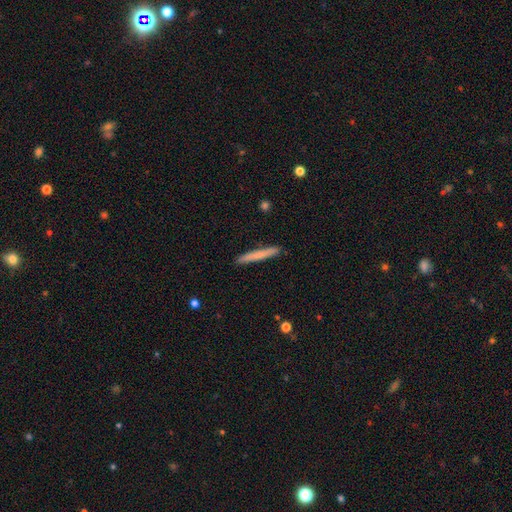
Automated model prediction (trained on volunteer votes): Smooth or featured? smooth (70%)
How rounded? cigar-shaped (96%)
Merging? none (91%)